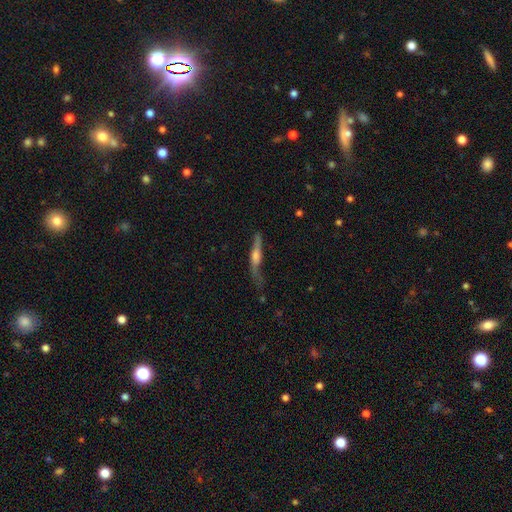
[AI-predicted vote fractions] Smooth or featured? Predicted: featured or disk (p=0.62). Edge-on disk? Predicted: yes (p=0.86). Edge-on bulge? Predicted: rounded (p=0.76). Merging? Predicted: none (p=0.51).